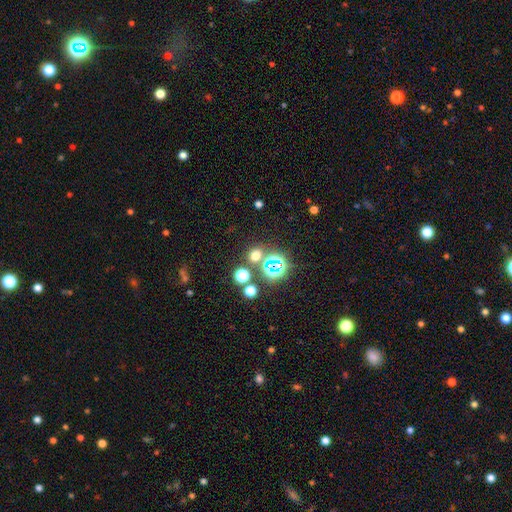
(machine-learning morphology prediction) Smooth or featured?
  - smooth: 51% *
  - star or artifact: 41%
  - featured or disk: 7%
How rounded?
  - round: 77% *
  - in between: 21%
  - cigar-shaped: 1%
Merging?
  - none: 74% *
  - merger: 14%
  - minor disturbance: 8%
  - major disturbance: 4%